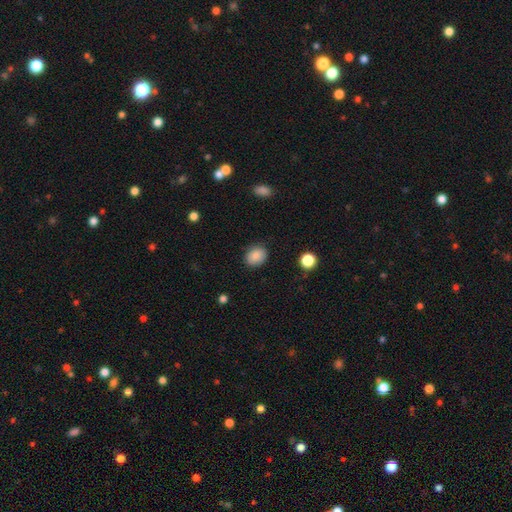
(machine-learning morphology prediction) Q: Smooth or featured?
A: smooth (87%); runner-up: star or artifact (8%)
Q: How rounded?
A: in between (50%); runner-up: round (49%)
Q: Merging?
A: none (85%); runner-up: minor disturbance (11%)